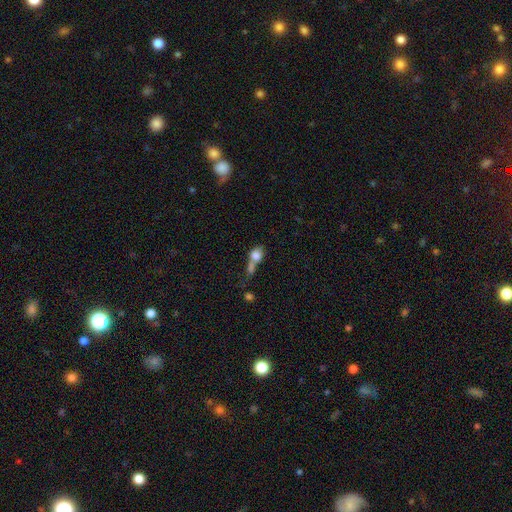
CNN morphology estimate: Smooth or featured?
  - smooth: 73% *
  - featured or disk: 17%
  - star or artifact: 10%
How rounded?
  - in between: 52% *
  - round: 42%
  - cigar-shaped: 6%
Merging?
  - merger: 57% *
  - none: 19%
  - major disturbance: 13%
  - minor disturbance: 11%